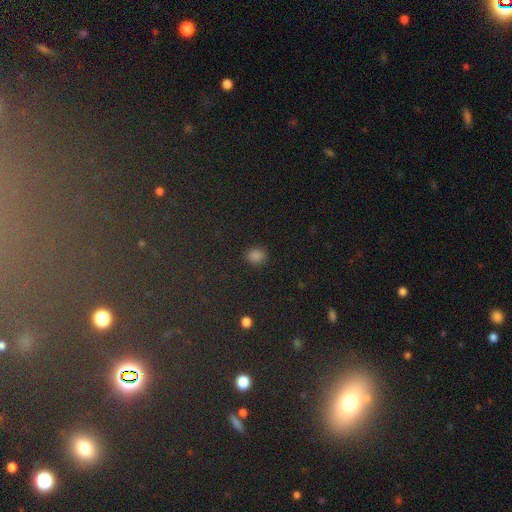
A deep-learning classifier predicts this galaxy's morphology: This appears to be a smooth galaxy with no disk features (80%) that is round (67%). Merging: none (88%).